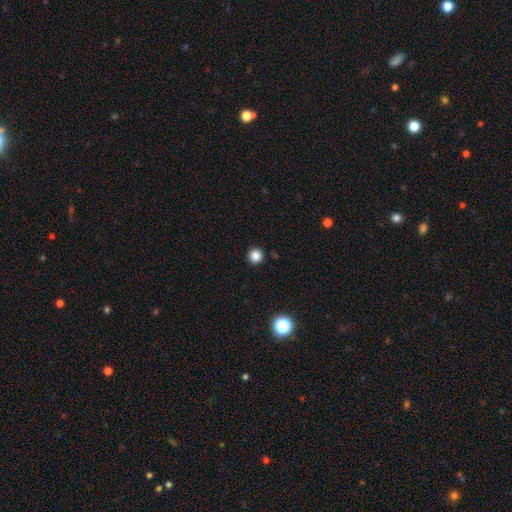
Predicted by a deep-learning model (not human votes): Smooth or featured? Predicted: smooth (p=0.84). How rounded? Predicted: round (p=0.96). Merging? Predicted: none (p=0.93).